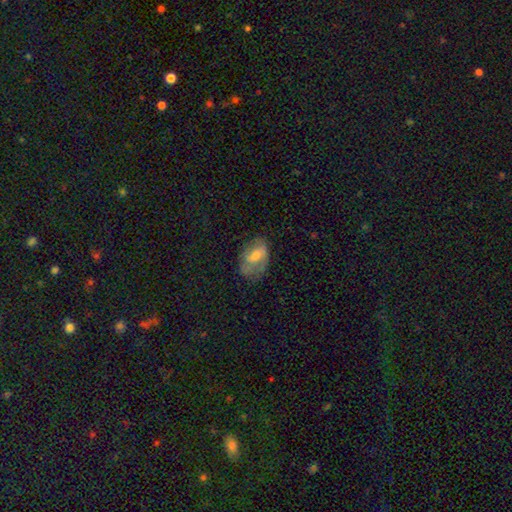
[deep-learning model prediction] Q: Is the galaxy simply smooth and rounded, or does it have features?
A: smooth — 50%.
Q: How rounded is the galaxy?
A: in between — 87%.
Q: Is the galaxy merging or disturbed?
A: none — 55%.